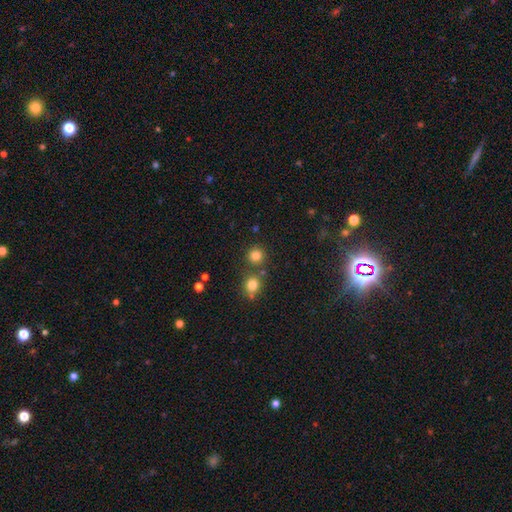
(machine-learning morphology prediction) smooth-or-featured: smooth: 80% | star or artifact: 14% | featured or disk: 6%
  how-rounded: round: 91% | in between: 8% | cigar-shaped: 1%
  merging: none: 77% | merger: 13% | minor disturbance: 7% | major disturbance: 3%